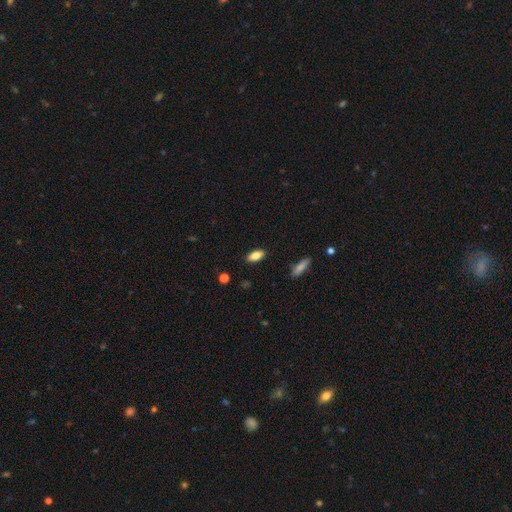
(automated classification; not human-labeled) A smooth galaxy with no disk features (81%) that is in between round and cigar-shaped (86%). Merging: none (88%).